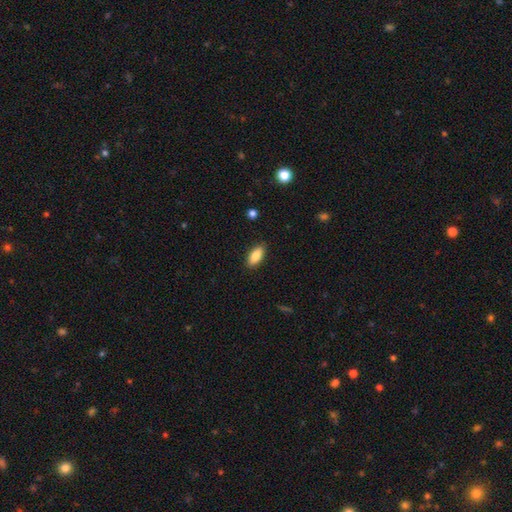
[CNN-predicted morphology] Q: Smooth or featured?
A: smooth (86%); runner-up: featured or disk (8%)
Q: How rounded?
A: in between (86%); runner-up: cigar-shaped (12%)
Q: Merging?
A: none (88%); runner-up: minor disturbance (9%)